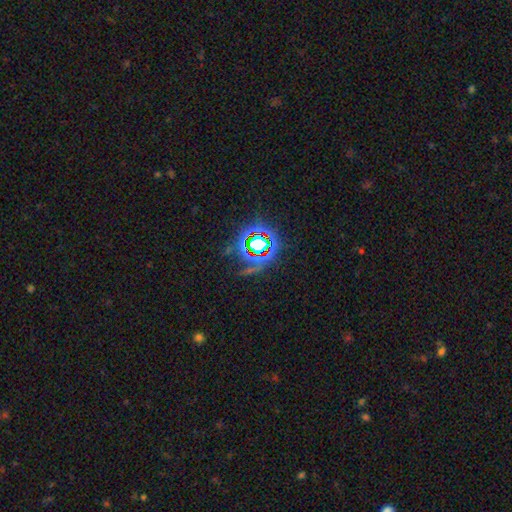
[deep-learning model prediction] Smooth or featured: star or artifact — 78% (smooth — 11%)